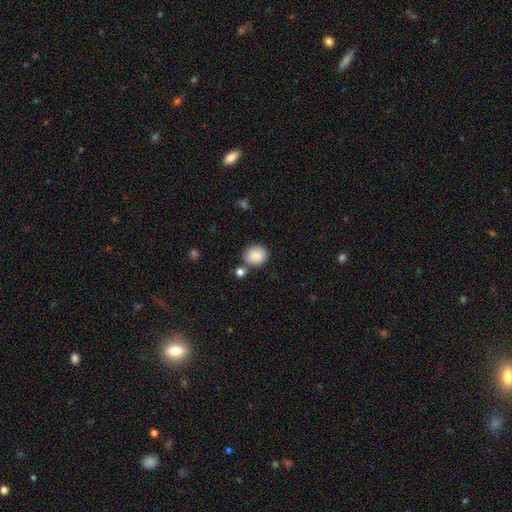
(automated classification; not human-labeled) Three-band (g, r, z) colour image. It shows a smooth galaxy with no disk features (88%) that is round (72%). Merging: none (71%).